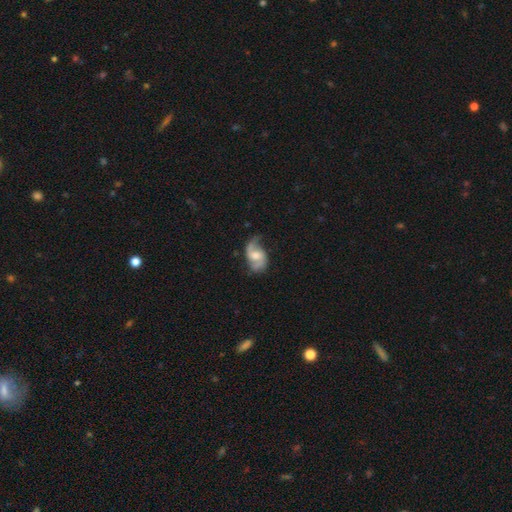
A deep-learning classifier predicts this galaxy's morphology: smooth_or_featured: featured or disk (p=0.78) [alt: smooth p=0.16]
disk_edge_on: no (p=0.97) [alt: yes p=0.03]
bar: weak (p=0.46) [alt: no p=0.42]
has_spiral_arms: yes (p=0.94) [alt: no p=0.06]
spiral_winding: loose (p=0.52) [alt: medium p=0.37]
spiral_arm_count: 2 (p=0.86) [alt: 1 p=0.07]
bulge_size: moderate (p=0.55) [alt: small p=0.22]
merging: none (p=0.58) [alt: minor disturbance p=0.25]